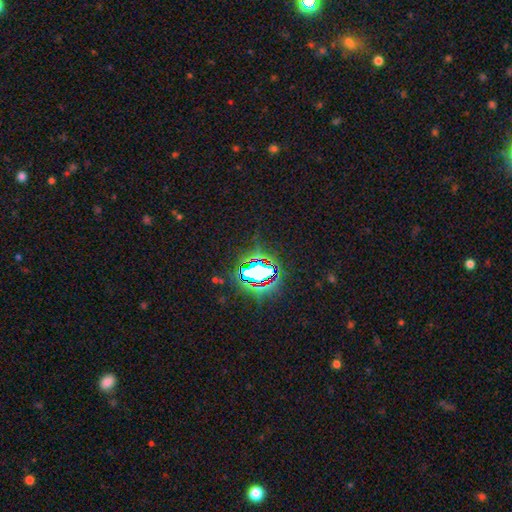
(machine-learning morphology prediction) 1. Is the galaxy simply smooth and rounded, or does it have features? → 81% star or artifact, 12% smooth, 8% featured or disk.